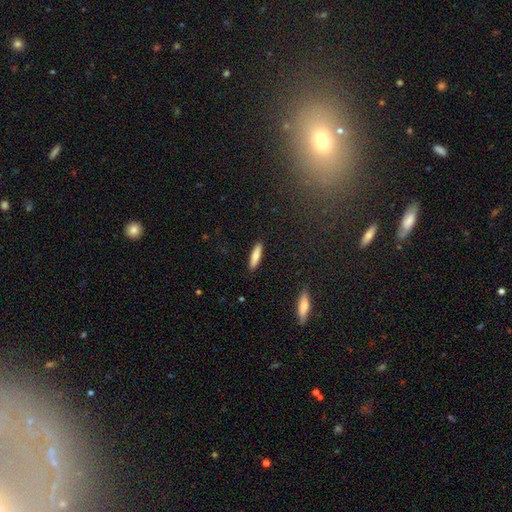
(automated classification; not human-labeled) Morphology: type=smooth (80%); roundness=cigar-shaped (74%); merging=none (90%).